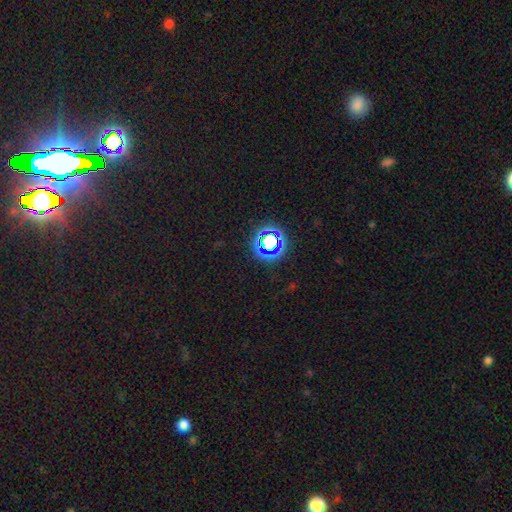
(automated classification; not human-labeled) Smooth or featured? star or artifact (78%)